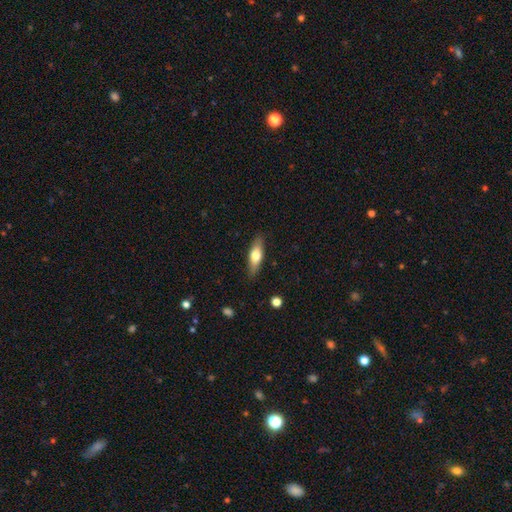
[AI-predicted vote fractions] smooth_or_featured: smooth (p=0.62) [alt: featured or disk p=0.32]
how_rounded: in between (p=0.50) [alt: cigar-shaped p=0.48]
merging: none (p=0.86) [alt: minor disturbance p=0.11]